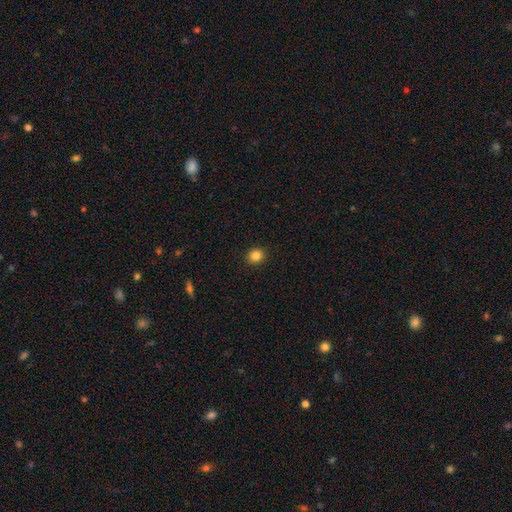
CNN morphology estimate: smooth-or-featured: smooth: 85% | star or artifact: 11% | featured or disk: 4%
  how-rounded: round: 85% | in between: 14% | cigar-shaped: 1%
  merging: none: 92% | minor disturbance: 5% | major disturbance: 2% | merger: 1%